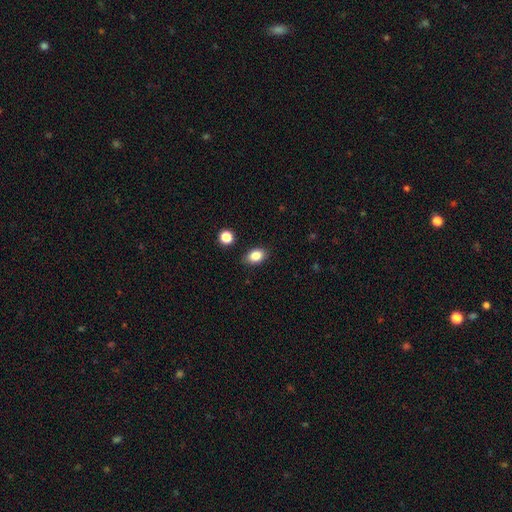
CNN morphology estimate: Smooth or featured: smooth — 84% (star or artifact — 10%)
How rounded: in between — 77% (round — 21%)
Merging: none — 85% (minor disturbance — 11%)